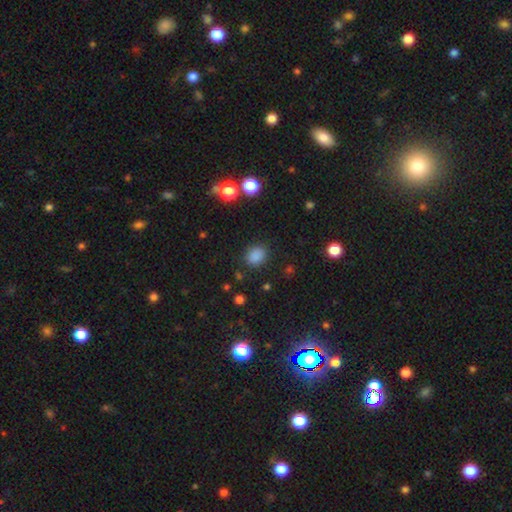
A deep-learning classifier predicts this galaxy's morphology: This appears to be a smooth galaxy with no disk features (82%) that is round (58%). Merging: none (84%).